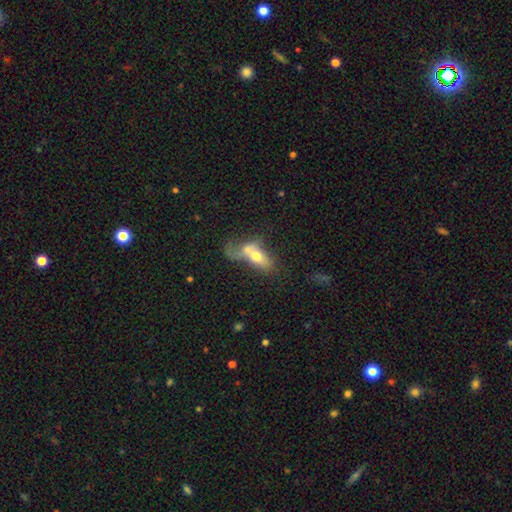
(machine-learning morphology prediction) The model was most divided on "smooth or featured": smooth: 58%, featured or disk: 33%, star or artifact: 9%. More confident: how rounded — in between (72%); merging — merger (61%).